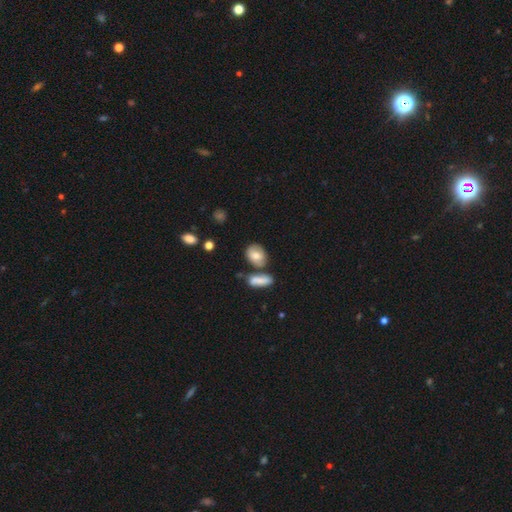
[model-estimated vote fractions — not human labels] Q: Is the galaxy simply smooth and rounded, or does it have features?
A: smooth — 71%.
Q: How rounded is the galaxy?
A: in between — 70%.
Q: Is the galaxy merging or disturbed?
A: none — 59%.